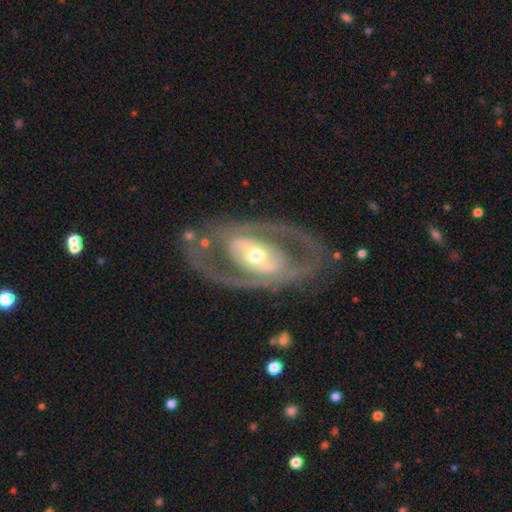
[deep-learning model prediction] Q: Smooth or featured?
A: featured or disk (80%); runner-up: smooth (15%)
Q: Edge-on disk?
A: no (93%); runner-up: yes (7%)
Q: Bar?
A: no (42%); runner-up: weak (30%)
Q: Spiral arms?
A: yes (56%); runner-up: no (44%)
Q: Bulge size?
A: moderate (65%); runner-up: small (21%)
Q: Merging?
A: none (74%); runner-up: minor disturbance (13%)